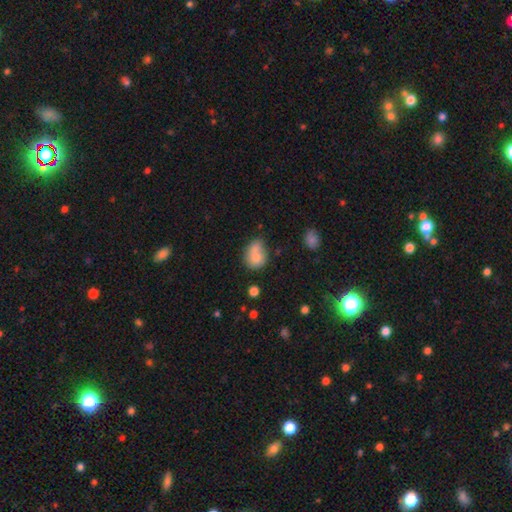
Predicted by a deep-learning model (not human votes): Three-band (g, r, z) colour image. It shows a smooth galaxy with no disk features (76%) that is in between round and cigar-shaped (55%). Merging: merger (34%, tied with none).